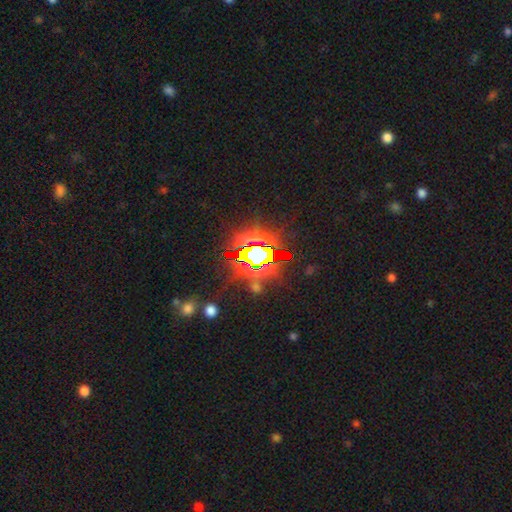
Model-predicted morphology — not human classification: Smooth or featured? star or artifact (77%)